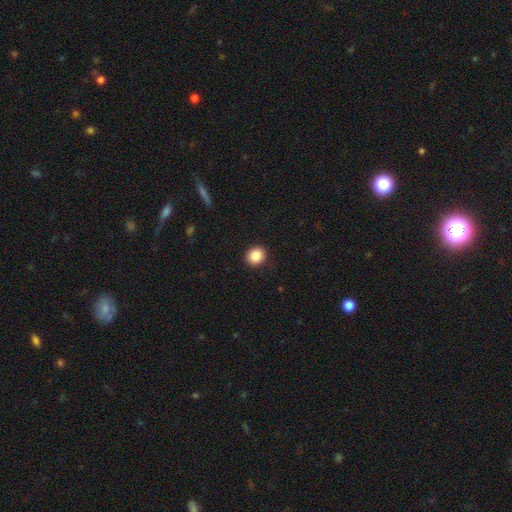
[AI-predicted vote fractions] Overall: smooth (86%). How rounded: round (81%). Merging: none (91%).